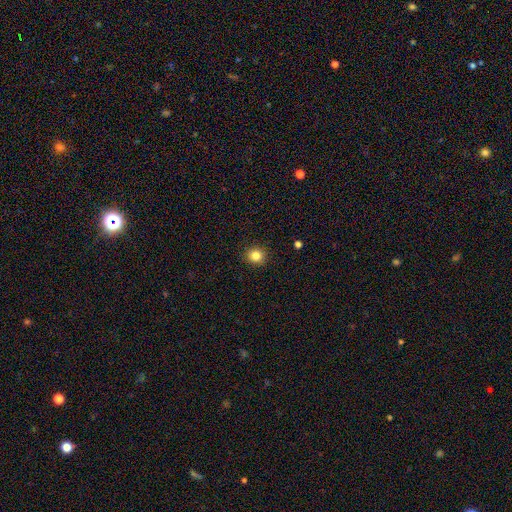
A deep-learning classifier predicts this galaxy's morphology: This appears to be a smooth galaxy with no disk features (83%) that is round (87%). Merging: none (91%).